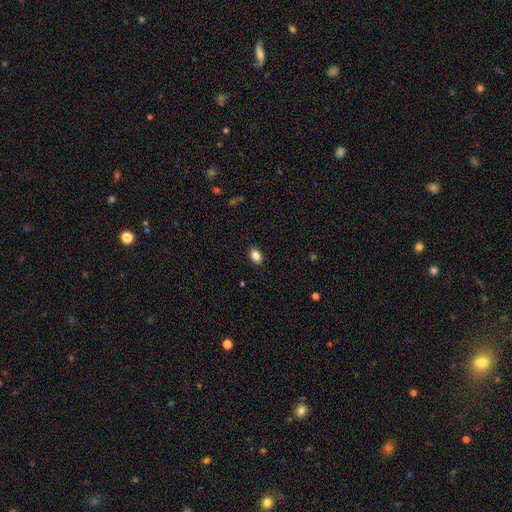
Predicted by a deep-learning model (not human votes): A smooth galaxy with no disk features (87%) that is in between round and cigar-shaped (85%).

Vote fractions:
- Smooth or featured? smooth: 87% / star or artifact: 9% / featured or disk: 5%
- How rounded? in between: 85% / round: 14% / cigar-shaped: 1%
- Merging? none: 89% / minor disturbance: 8% / major disturbance: 2% / merger: 1%